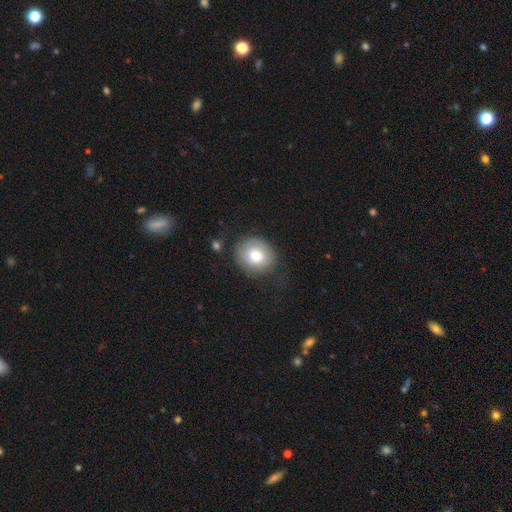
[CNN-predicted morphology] Smooth or featured?
  - smooth: 76% *
  - featured or disk: 17%
  - star or artifact: 7%
How rounded?
  - round: 72% *
  - in between: 27%
  - cigar-shaped: 1%
Merging?
  - none: 71% *
  - minor disturbance: 18%
  - major disturbance: 8%
  - merger: 2%